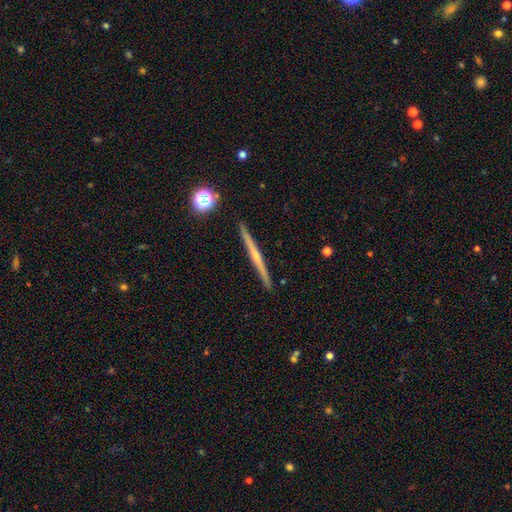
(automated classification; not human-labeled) The model was most divided on "edge-on bulge": rounded: 63%, none: 32%, boxy: 5%. More confident: edge-on disk — yes (98%); merging — none (92%); smooth or featured — featured or disk (75%).